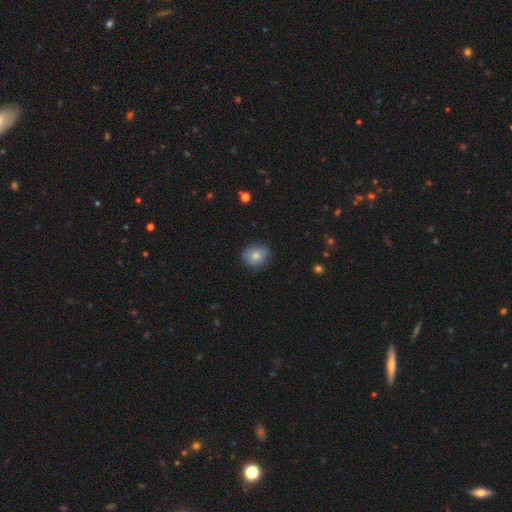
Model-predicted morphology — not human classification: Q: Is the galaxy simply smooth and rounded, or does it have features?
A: smooth — 78%.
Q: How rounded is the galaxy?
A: round — 66%.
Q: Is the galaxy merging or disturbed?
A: none — 78%.